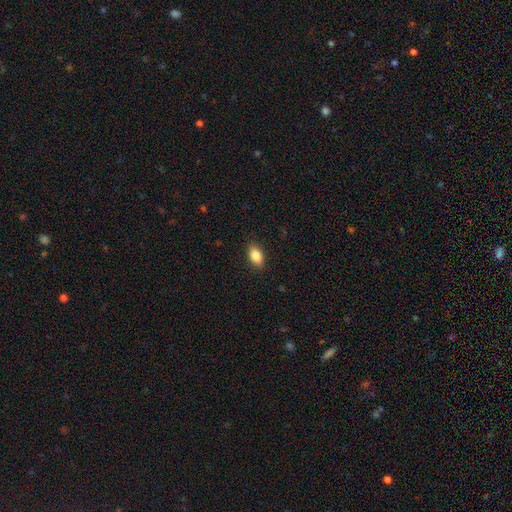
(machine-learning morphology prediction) A smooth galaxy with no disk features (86%) that is in between round and cigar-shaped (90%).

Vote fractions:
- Smooth or featured? smooth: 86% / star or artifact: 8% / featured or disk: 6%
- How rounded? in between: 90% / round: 6% / cigar-shaped: 3%
- Merging? none: 88% / minor disturbance: 9% / major disturbance: 2% / merger: 1%